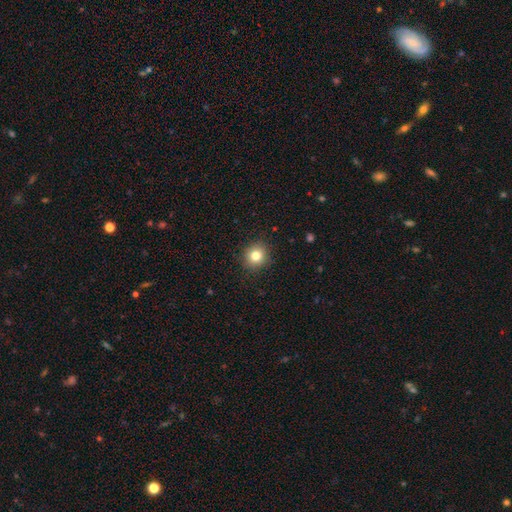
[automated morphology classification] Smooth or featured?
  - smooth: 81% *
  - star or artifact: 11%
  - featured or disk: 7%
How rounded?
  - round: 86% *
  - in between: 13%
  - cigar-shaped: 1%
Merging?
  - none: 90% *
  - minor disturbance: 7%
  - major disturbance: 2%
  - merger: 1%